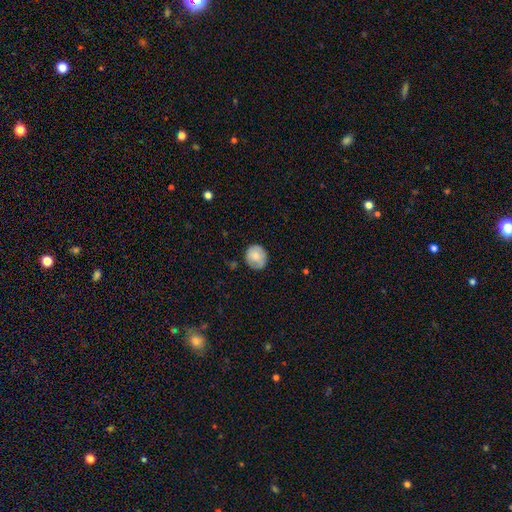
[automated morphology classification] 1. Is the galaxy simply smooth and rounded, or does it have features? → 77% smooth, 16% featured or disk, 7% star or artifact.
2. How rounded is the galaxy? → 79% round, 21% in between, 1% cigar-shaped.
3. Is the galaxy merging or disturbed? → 76% none, 19% minor disturbance, 4% major disturbance, 1% merger.